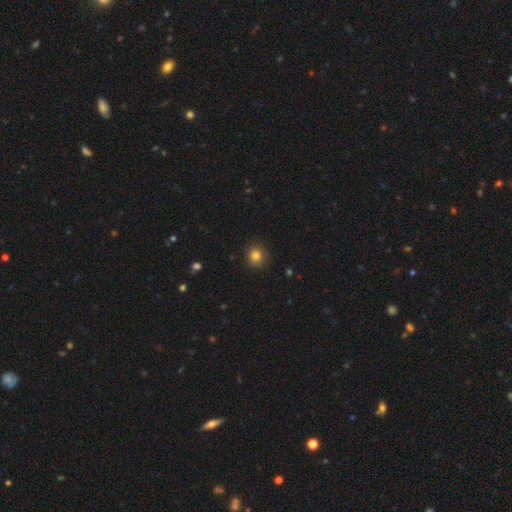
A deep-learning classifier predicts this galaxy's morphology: smooth_or_featured: smooth (p=0.82) [alt: star or artifact p=0.12]
how_rounded: round (p=0.86) [alt: in between p=0.13]
merging: none (p=0.90) [alt: minor disturbance p=0.07]